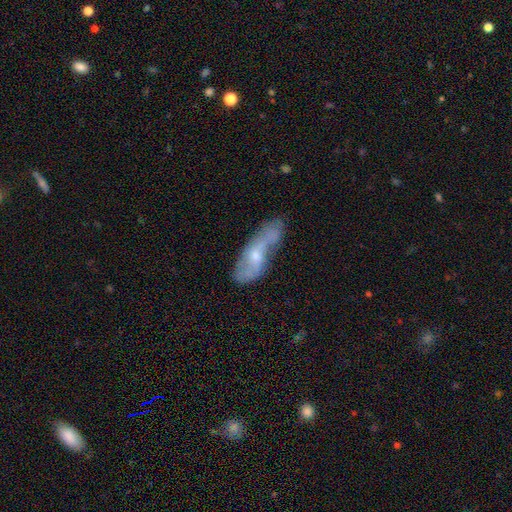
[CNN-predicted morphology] This is possibly a featured or disk galaxy (60%). It is clearly not viewed edge-on (81%). Merging: marginally none (42%).